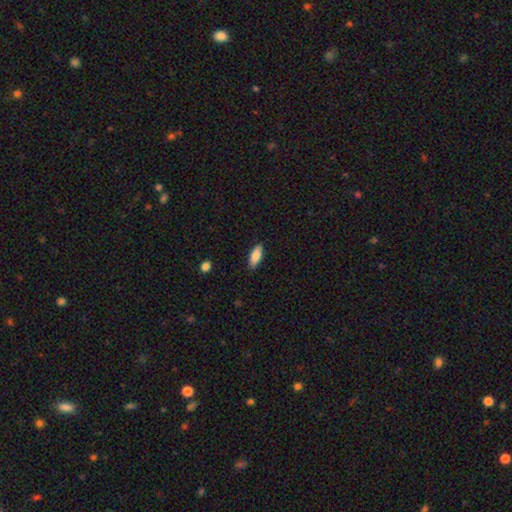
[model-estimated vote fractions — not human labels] Overall: smooth (84%). How rounded: in between (73%). Merging: none (87%).